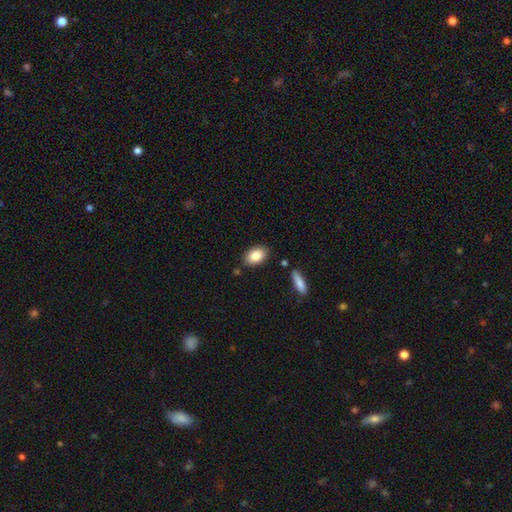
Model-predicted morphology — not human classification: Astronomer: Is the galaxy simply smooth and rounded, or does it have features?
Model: smooth — 84%.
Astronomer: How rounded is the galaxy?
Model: in between — 89%.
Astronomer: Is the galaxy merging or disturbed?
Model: none — 83%.